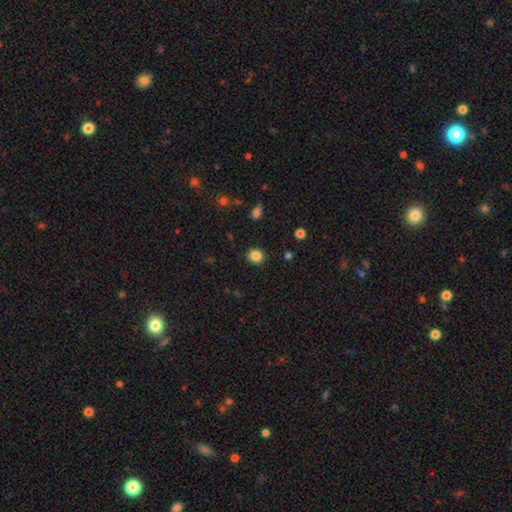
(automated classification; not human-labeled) A smooth galaxy with no disk features (85%) that is round (80%).

Vote fractions:
- Smooth or featured? smooth: 85% / star or artifact: 11% / featured or disk: 4%
- How rounded? round: 80% / in between: 19% / cigar-shaped: 1%
- Merging? none: 89% / minor disturbance: 8% / major disturbance: 2% / merger: 1%